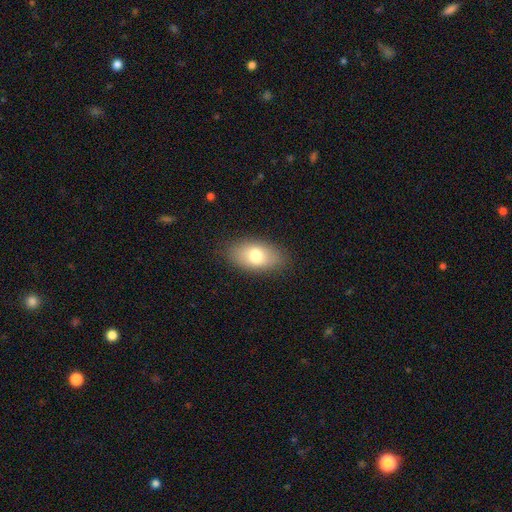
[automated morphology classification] A smooth galaxy with no disk features (76%) that is in between round and cigar-shaped (91%).

Vote fractions:
- Smooth or featured? smooth: 76% / featured or disk: 16% / star or artifact: 8%
- How rounded? in between: 91% / round: 6% / cigar-shaped: 3%
- Merging? none: 85% / minor disturbance: 11% / major disturbance: 3% / merger: 1%